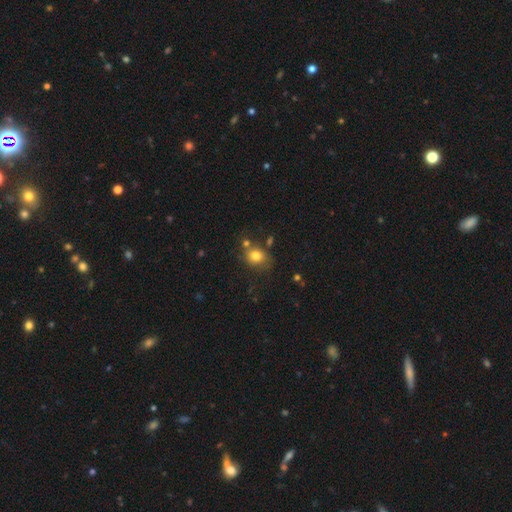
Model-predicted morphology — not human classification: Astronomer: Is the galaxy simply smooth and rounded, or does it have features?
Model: smooth — 79%.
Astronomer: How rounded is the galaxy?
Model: round — 58% (runner-up: in between, 41%).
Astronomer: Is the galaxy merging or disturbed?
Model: none — 63%.